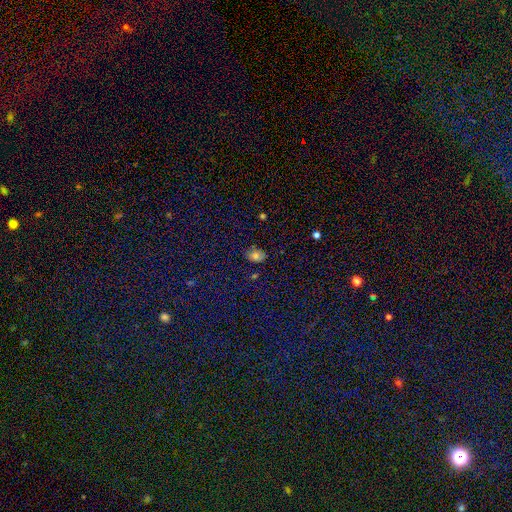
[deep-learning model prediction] Smooth or featured?
  - smooth: 75% *
  - star or artifact: 13%
  - featured or disk: 11%
How rounded?
  - in between: 79% *
  - round: 19%
  - cigar-shaped: 1%
Merging?
  - none: 79% *
  - minor disturbance: 16%
  - major disturbance: 3%
  - merger: 2%